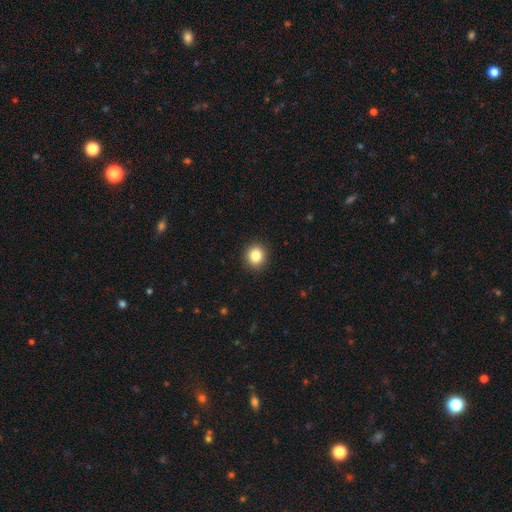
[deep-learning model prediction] Smooth or featured: smooth — 84% (star or artifact — 10%)
How rounded: round — 86% (in between — 13%)
Merging: none — 92% (minor disturbance — 5%)